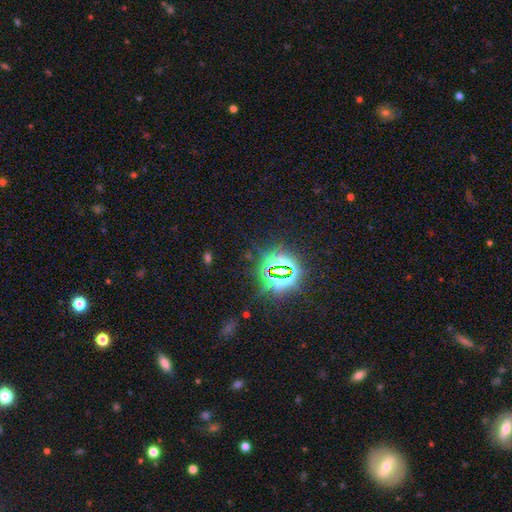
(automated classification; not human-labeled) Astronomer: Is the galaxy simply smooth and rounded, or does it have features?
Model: star or artifact — 81%.